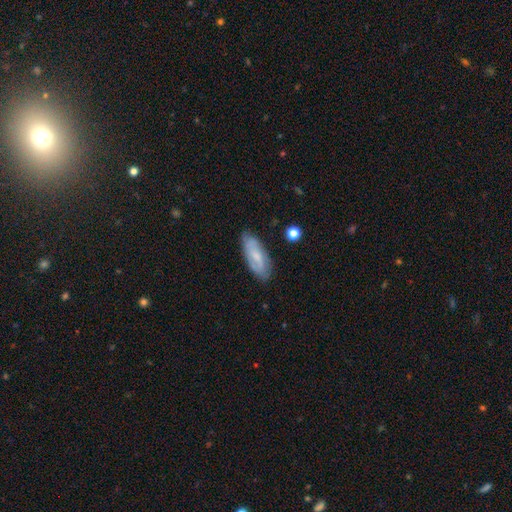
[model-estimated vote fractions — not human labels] Smooth or featured? smooth (48%)
Merging? none (78%)